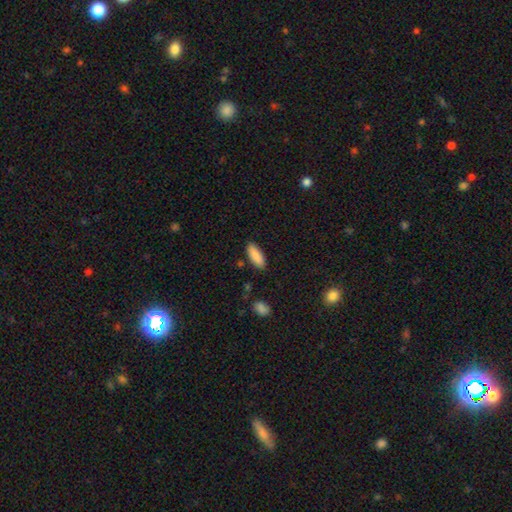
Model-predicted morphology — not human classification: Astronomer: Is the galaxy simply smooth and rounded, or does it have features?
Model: smooth — 88%.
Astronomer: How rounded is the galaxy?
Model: in between — 76%.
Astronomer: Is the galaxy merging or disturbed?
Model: none — 86%.